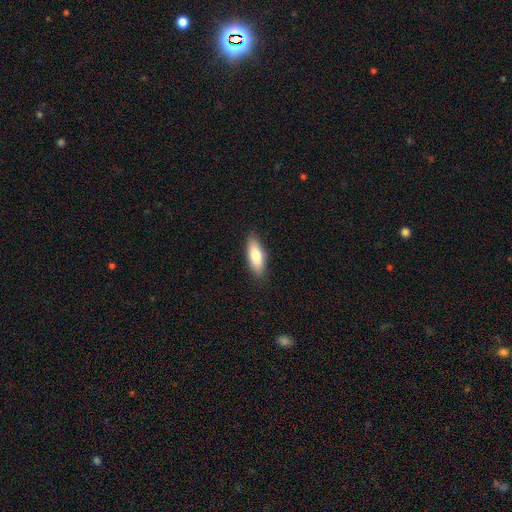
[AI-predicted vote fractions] Smooth or featured?
  - smooth: 78% *
  - featured or disk: 16%
  - star or artifact: 6%
How rounded?
  - in between: 66% *
  - cigar-shaped: 32%
  - round: 2%
Merging?
  - none: 87% *
  - minor disturbance: 10%
  - major disturbance: 2%
  - merger: 1%